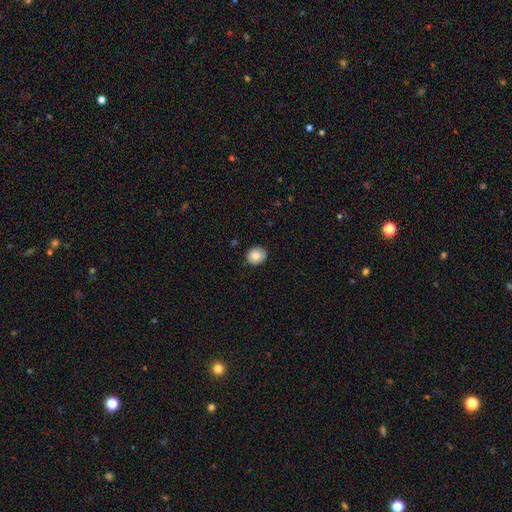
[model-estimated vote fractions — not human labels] This appears to be a smooth galaxy with no disk features (84%) that is round (82%). Merging: none (86%).